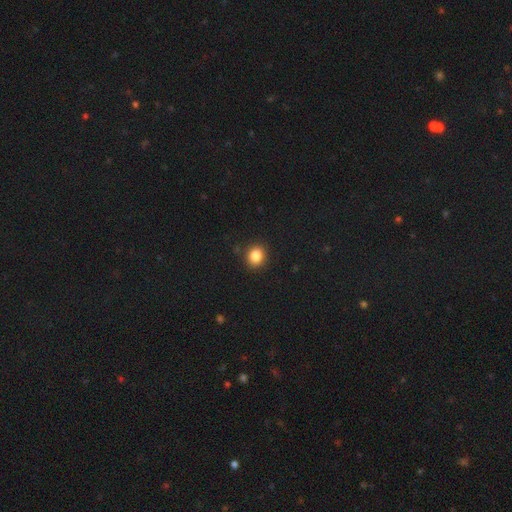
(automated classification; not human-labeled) The model was most divided on "how rounded": round: 74%, in between: 25%, cigar-shaped: 1%. More confident: merging — none (89%); smooth or featured — smooth (85%).